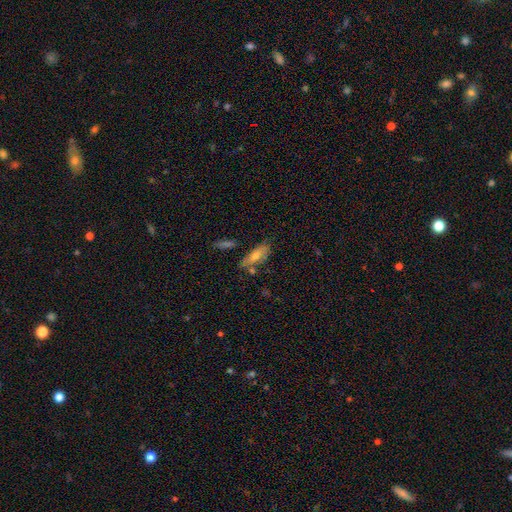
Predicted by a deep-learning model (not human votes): Smooth or featured?
  - smooth: 50% *
  - featured or disk: 39%
  - star or artifact: 11%
How rounded?
  - in between: 67% *
  - cigar-shaped: 29%
  - round: 4%
Merging?
  - none: 65% *
  - minor disturbance: 18%
  - merger: 11%
  - major disturbance: 6%